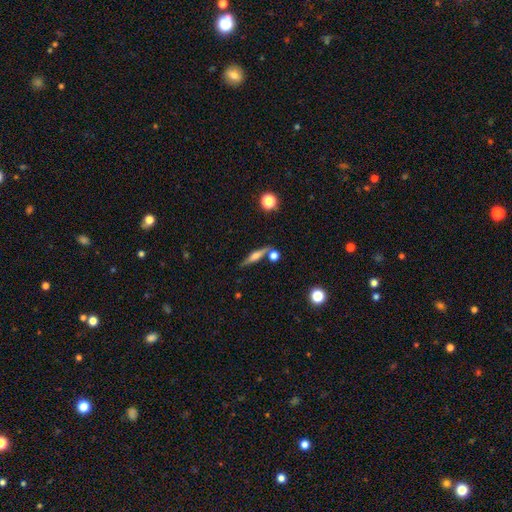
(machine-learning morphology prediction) Smooth or featured: featured or disk — 60% (smooth — 32%)
Edge-on disk: yes — 95% (no — 5%)
Edge-on bulge: rounded — 77% (boxy — 16%)
Merging: none — 76% (minor disturbance — 11%)